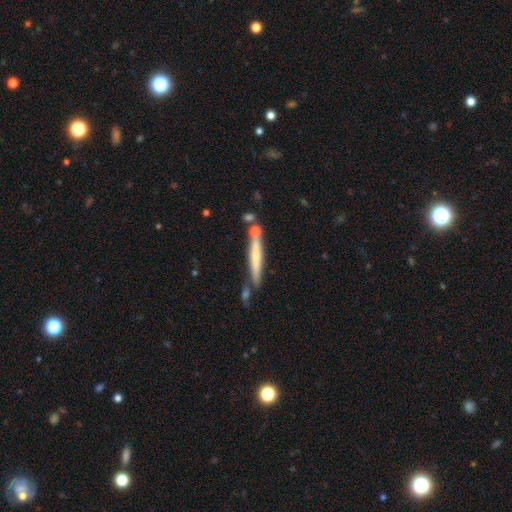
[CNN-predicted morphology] The model was most divided on "smooth or featured": smooth: 48%, featured or disk: 44%, star or artifact: 7%. More confident: merging — none (70%).